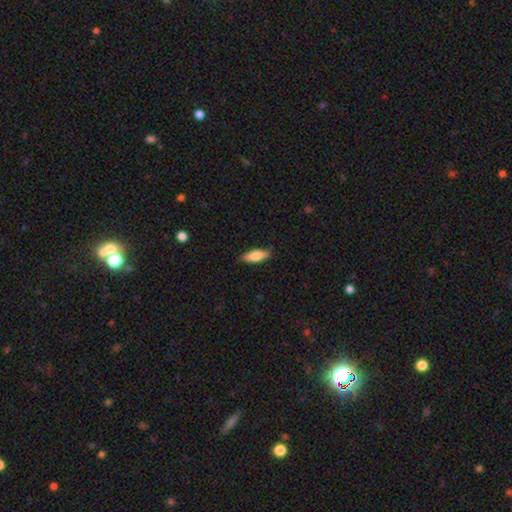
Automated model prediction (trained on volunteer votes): Smooth or featured: smooth — 79% (featured or disk — 15%)
How rounded: in between — 64% (cigar-shaped — 34%)
Merging: none — 86% (minor disturbance — 11%)